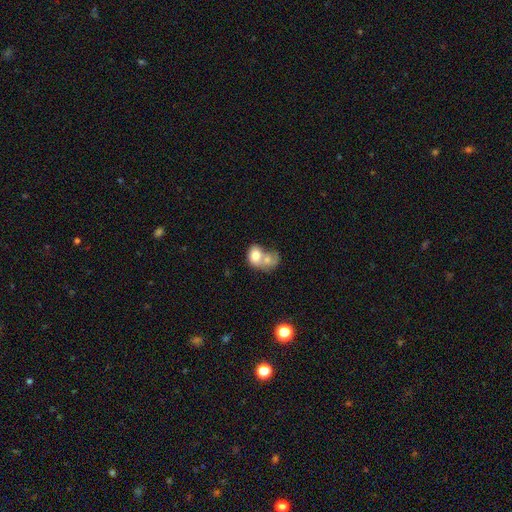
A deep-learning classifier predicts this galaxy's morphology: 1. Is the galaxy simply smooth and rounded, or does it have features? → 71% smooth, 22% featured or disk, 7% star or artifact.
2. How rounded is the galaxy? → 60% in between, 39% round, 1% cigar-shaped.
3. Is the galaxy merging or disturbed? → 78% merger, 11% none, 6% major disturbance, 6% minor disturbance.